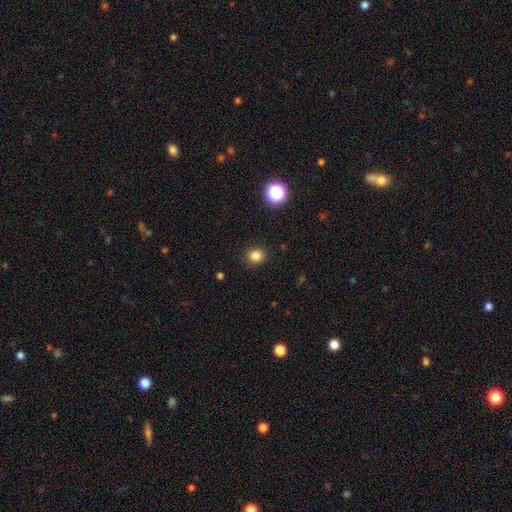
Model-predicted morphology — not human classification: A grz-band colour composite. It shows a smooth galaxy with no disk features (82%) that is round (84%). Merging: none (90%).